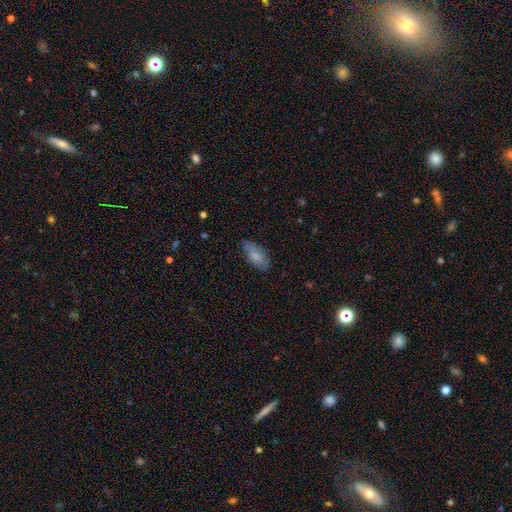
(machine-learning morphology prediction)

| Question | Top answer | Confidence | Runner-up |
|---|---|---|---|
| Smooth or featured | smooth | 74% | featured or disk (19%) |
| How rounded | in between | 89% | cigar-shaped (9%) |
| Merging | none | 68% | minor disturbance (25%) |